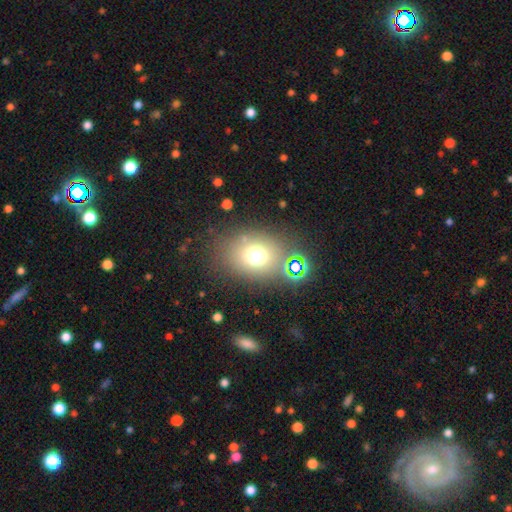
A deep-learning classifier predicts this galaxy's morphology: This is likely a smooth galaxy (68%). How rounded: possibly round (57%). Merging: likely none (73%).